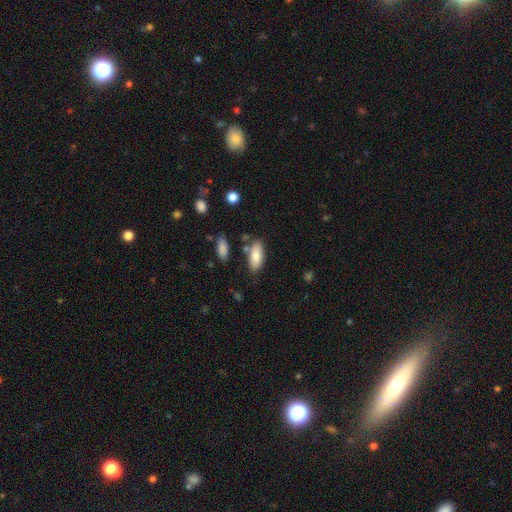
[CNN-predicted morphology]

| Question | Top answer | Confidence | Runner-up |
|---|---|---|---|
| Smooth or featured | smooth | 82% | featured or disk (12%) |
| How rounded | in between | 81% | cigar-shaped (17%) |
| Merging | none | 75% | minor disturbance (14%) |